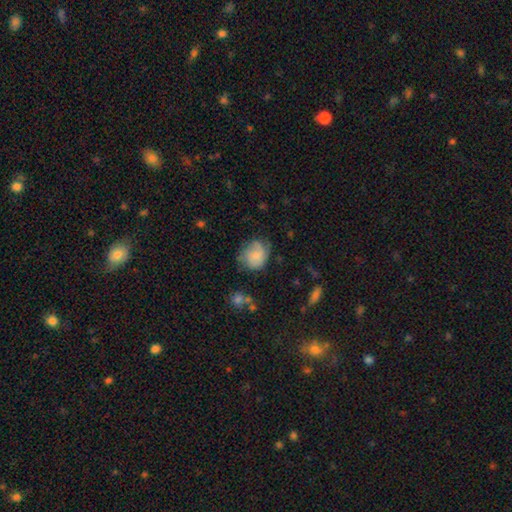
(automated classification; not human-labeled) The model was most divided on "merging": none: 54%, minor disturbance: 30%, major disturbance: 14%, merger: 2%. More confident: how rounded — round (66%); smooth or featured — smooth (63%).